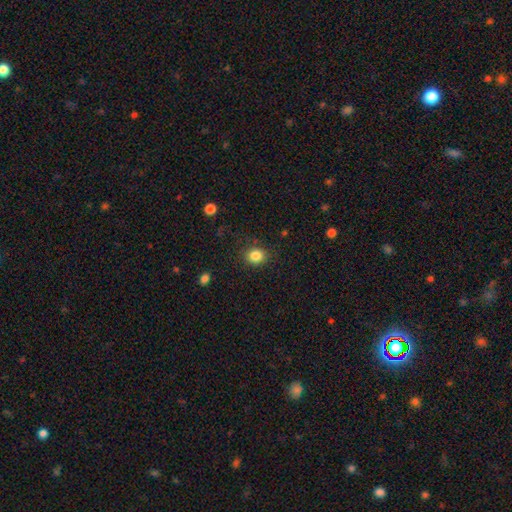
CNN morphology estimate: The model was most divided on "how rounded": round: 75%, in between: 24%, cigar-shaped: 1%. More confident: merging — none (86%); smooth or featured — smooth (85%).